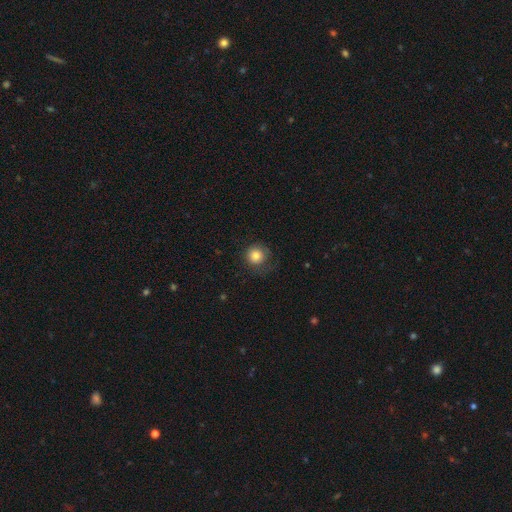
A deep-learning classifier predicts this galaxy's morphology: Smooth or featured? Predicted: smooth (p=0.83). How rounded? Predicted: round (p=0.92). Merging? Predicted: none (p=0.71).